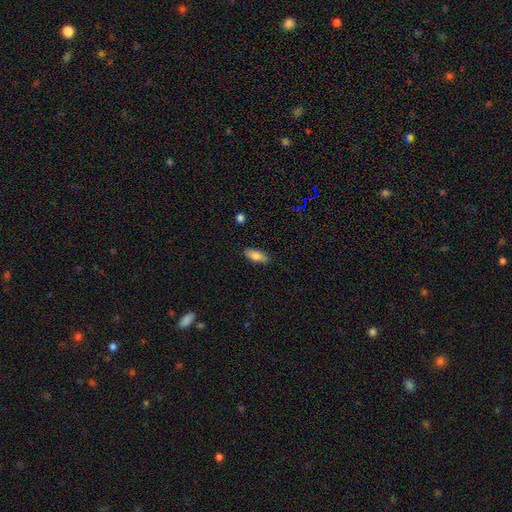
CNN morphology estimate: Smooth or featured? Predicted: smooth (p=0.84). How rounded? Predicted: in between (p=0.75). Merging? Predicted: none (p=0.87).